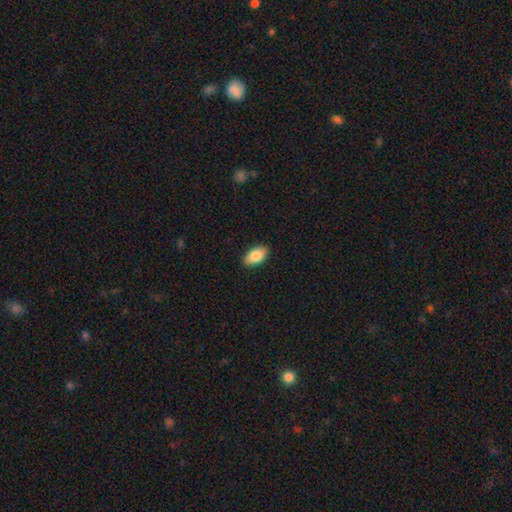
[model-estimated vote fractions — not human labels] This is clearly a smooth galaxy (84%). How rounded: clearly in between (93%). Merging: clearly none (89%).